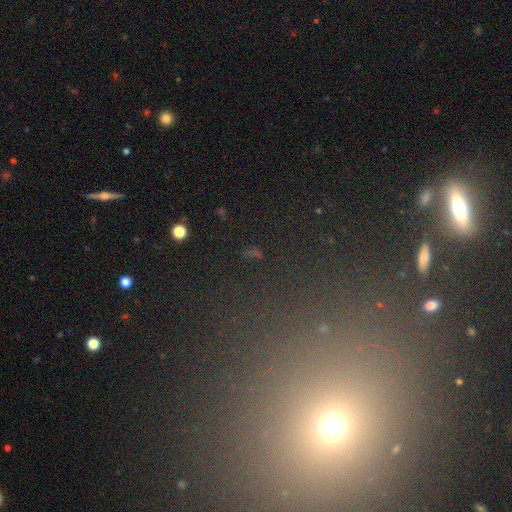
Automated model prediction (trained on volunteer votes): A star or artifact, not a galaxy (59%).

Vote fractions:
- Smooth or featured? star or artifact: 59% / smooth: 28% / featured or disk: 13%